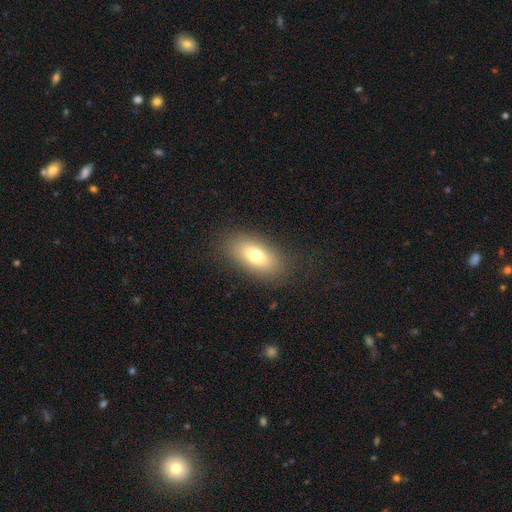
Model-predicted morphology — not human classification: Overall: smooth (73%). How rounded: in between (87%). Merging: none (85%).